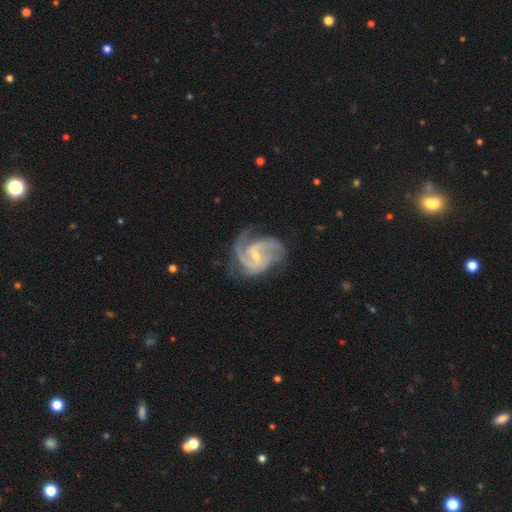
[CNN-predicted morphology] The model was most divided on "spiral arm count": 2: 47%, 3: 30%, can't tell: 10%, 1: 5%, 4: 4%, more than 4: 4%. More confident: edge-on disk — no (98%); spiral arms — yes (97%); smooth or featured — featured or disk (90%); bulge size — small (65%); merging — none (55%); bar — weak (55%); spiral winding — medium (54%).